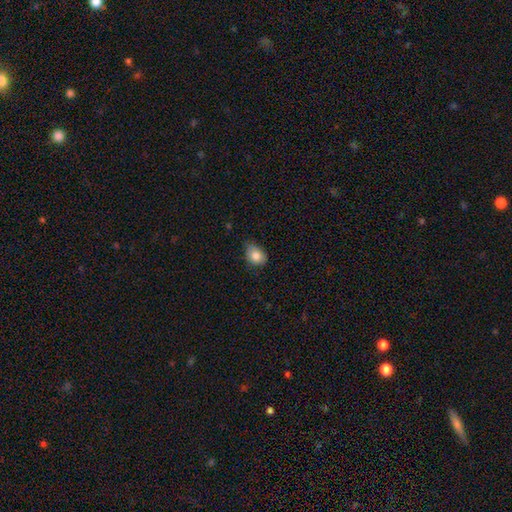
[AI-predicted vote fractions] Morphology: type=smooth (84%); roundness=in between (61%); merging=none (63%).